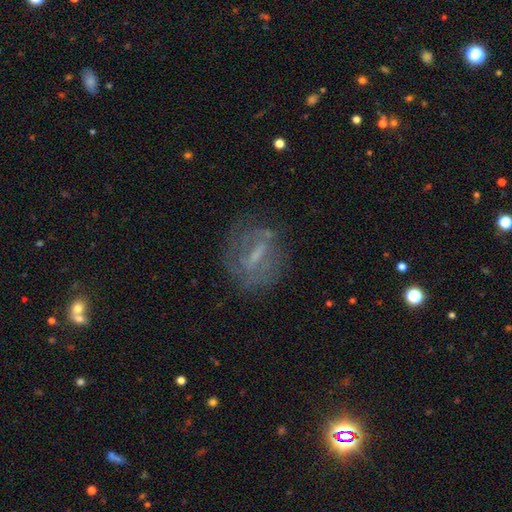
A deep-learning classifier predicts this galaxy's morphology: type=featured or disk (58%); edge-on=no (86%); bar=strong (43%); spiral arms=yes (54%); bulge=small (41%); merging=none (70%).